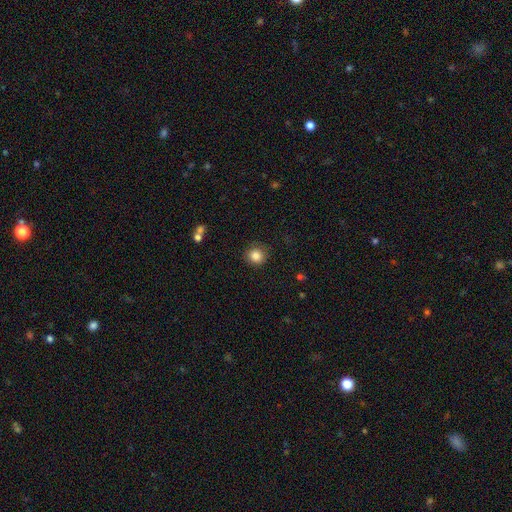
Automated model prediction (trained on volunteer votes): Q: Smooth or featured?
A: smooth (85%); runner-up: star or artifact (9%)
Q: How rounded?
A: round (88%); runner-up: in between (11%)
Q: Merging?
A: none (85%); runner-up: minor disturbance (11%)